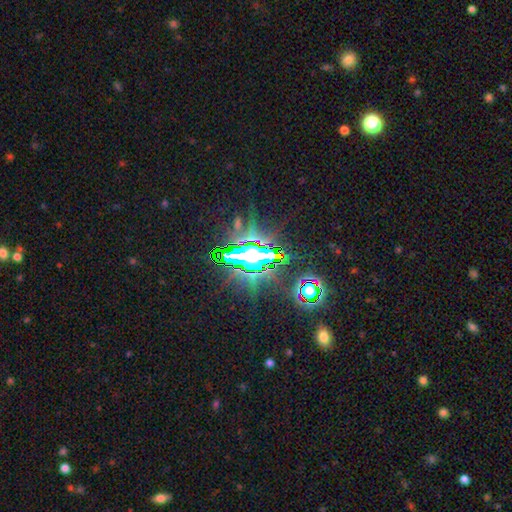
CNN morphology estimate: A star or artifact, not a galaxy (79%).

Vote fractions:
- Smooth or featured? star or artifact: 79% / featured or disk: 11% / smooth: 10%